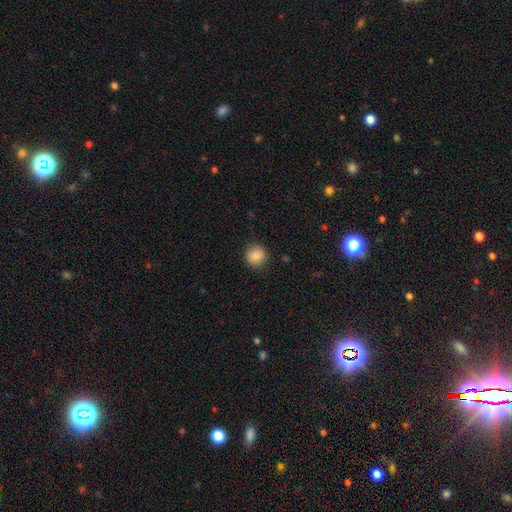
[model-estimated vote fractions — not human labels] A smooth galaxy with no disk features (85%) that is round (91%).

Vote fractions:
- Smooth or featured? smooth: 85% / star or artifact: 9% / featured or disk: 6%
- How rounded? round: 91% / in between: 8% / cigar-shaped: 1%
- Merging? none: 89% / minor disturbance: 8% / major disturbance: 2% / merger: 1%